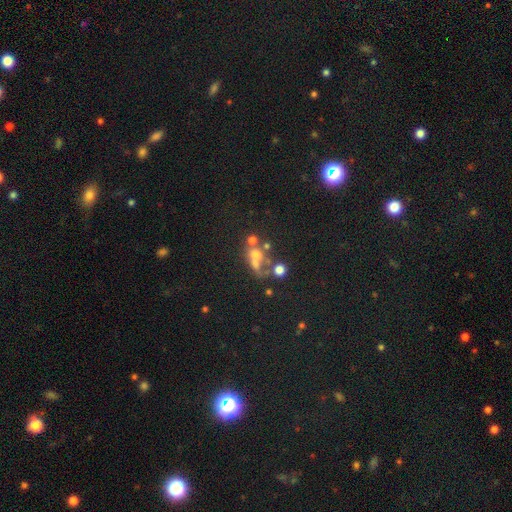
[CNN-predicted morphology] smooth-or-featured: smooth: 44% | featured or disk: 29% | star or artifact: 27%
  merging: merger: 45% | none: 31% | major disturbance: 14% | minor disturbance: 10%